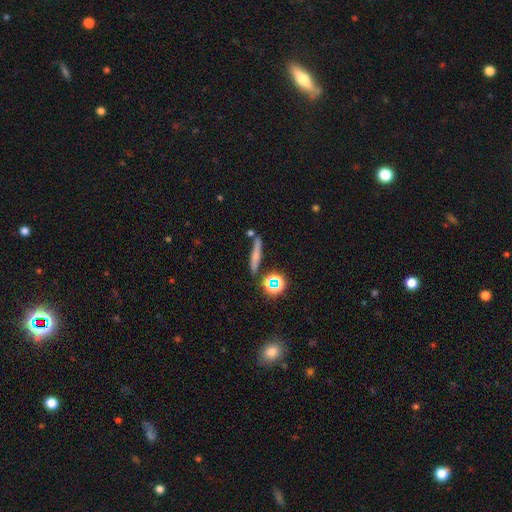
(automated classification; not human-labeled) The model was most divided on "smooth or featured": smooth: 53%, featured or disk: 30%, star or artifact: 16%. More confident: how rounded — cigar-shaped (84%); merging — none (76%).